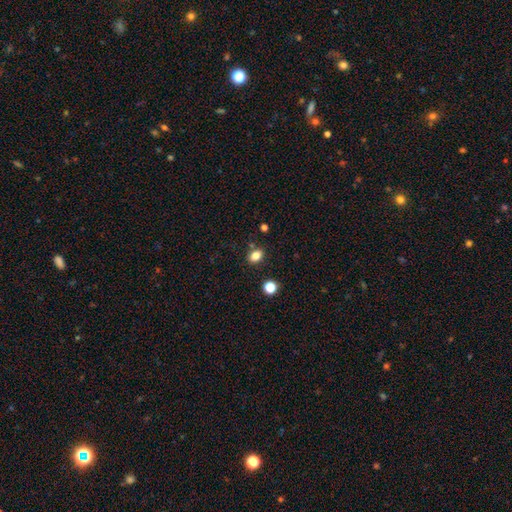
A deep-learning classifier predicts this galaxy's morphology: The model was most divided on "how rounded": in between: 69%, round: 30%, cigar-shaped: 1%. More confident: smooth or featured — smooth (83%); merging — none (81%).